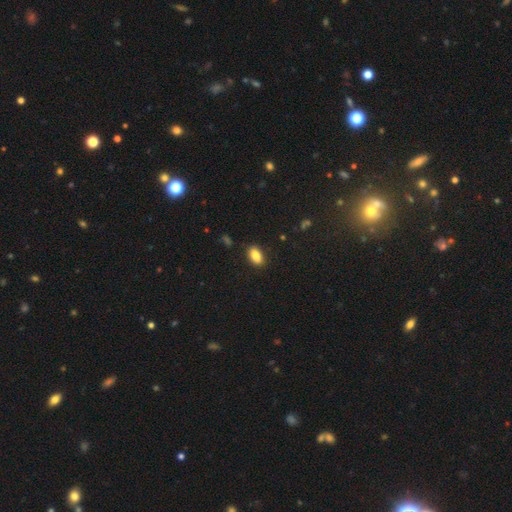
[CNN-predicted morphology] Smooth or featured?
  - smooth: 87% *
  - star or artifact: 8%
  - featured or disk: 5%
How rounded?
  - in between: 90% *
  - round: 6%
  - cigar-shaped: 4%
Merging?
  - none: 87% *
  - minor disturbance: 10%
  - major disturbance: 2%
  - merger: 1%